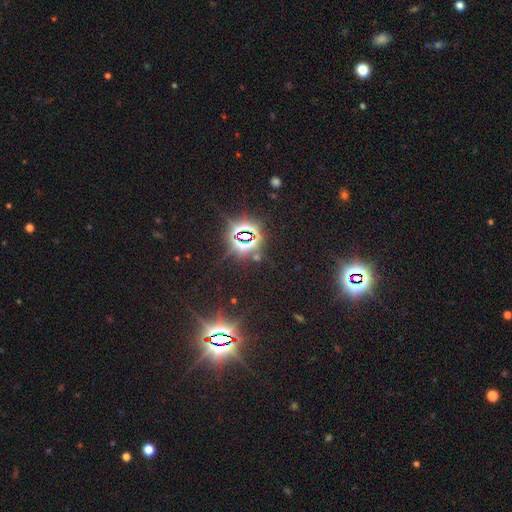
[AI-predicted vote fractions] Overall: star or artifact (85%).